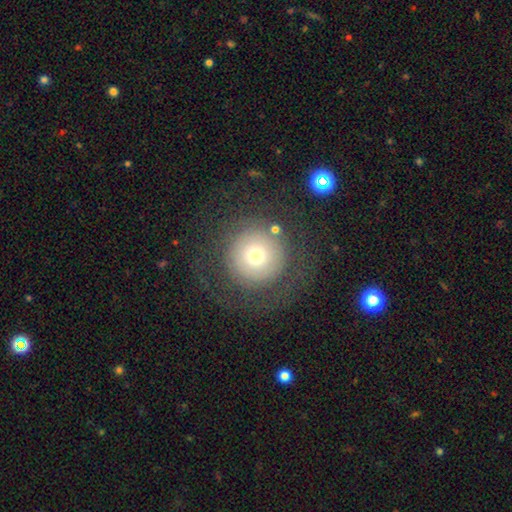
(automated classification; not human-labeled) Smooth or featured? Predicted: smooth (p=0.58). How rounded? Predicted: round (p=0.96). Merging? Predicted: none (p=0.72).